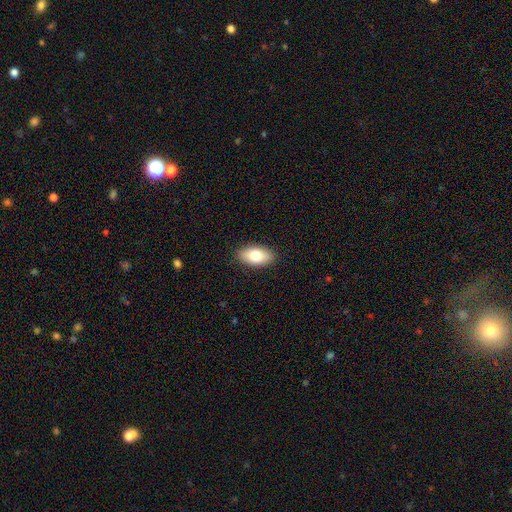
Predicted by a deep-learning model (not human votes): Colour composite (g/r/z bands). It shows a smooth galaxy with no disk features (82%) that is in between round and cigar-shaped (93%). Merging: none (89%).